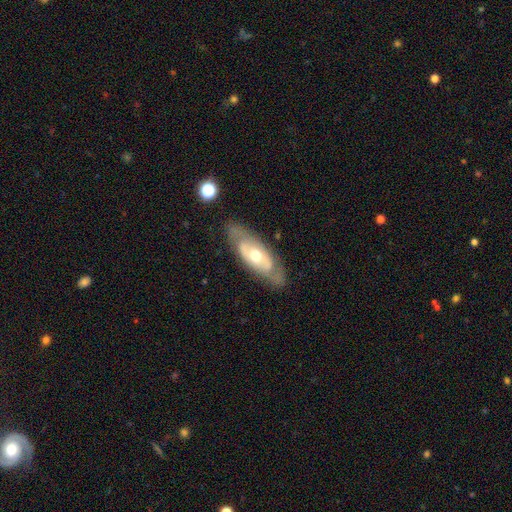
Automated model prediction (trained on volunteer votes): A featured or disk galaxy (63%) with no bar (76%), no spiral arms (57%) and a moderate central bulge (68%).

Vote fractions:
- Smooth or featured? featured or disk: 63% / smooth: 31% / star or artifact: 5%
- Edge-on disk? no: 80% / yes: 20%
- Bar? no: 76% / weak: 18% / strong: 6%
- Spiral arms? no: 57% / yes: 43%
- Bulge size? moderate: 68% / small: 22% / large: 8% / dominant: 1% / none: 1%
- Merging? none: 77% / minor disturbance: 16% / major disturbance: 5% / merger: 2%